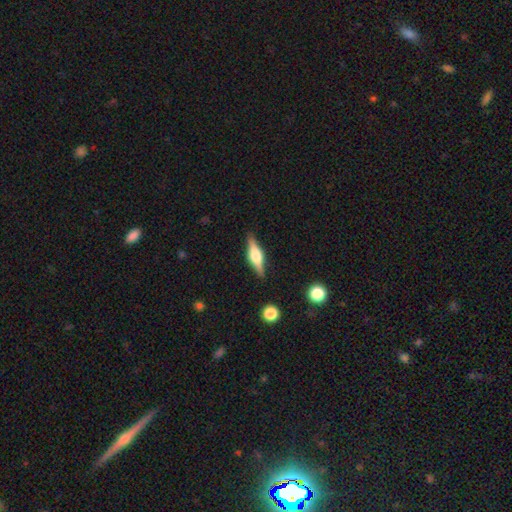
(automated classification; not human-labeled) A featured or disk galaxy (63%) viewed edge-on (96%) with a rounded central bulge (83%).

Vote fractions:
- Smooth or featured? featured or disk: 63% / smooth: 30% / star or artifact: 7%
- Edge-on disk? yes: 96% / no: 4%
- Edge-on bulge? rounded: 83% / boxy: 15% / none: 2%
- Merging? none: 87% / minor disturbance: 10% / major disturbance: 2% / merger: 1%